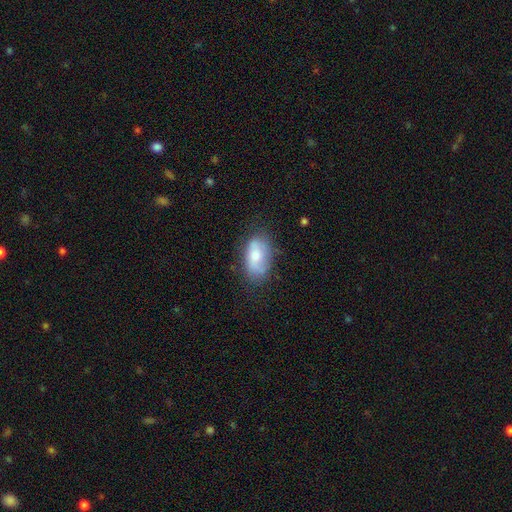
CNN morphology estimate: This appears to be a smooth galaxy with no disk features (67%) that is in between round and cigar-shaped (92%). Merging: none (65%).